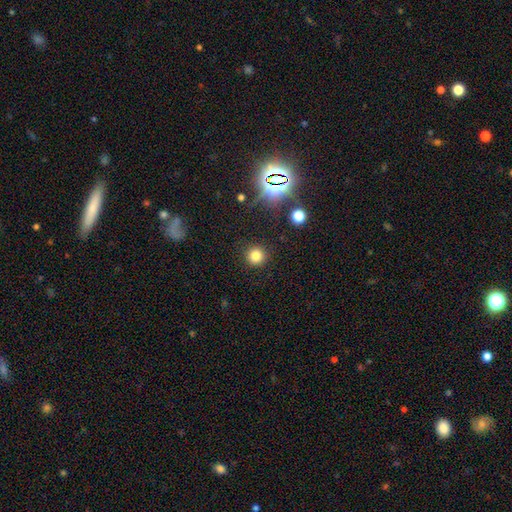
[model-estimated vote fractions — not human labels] This is likely a smooth galaxy (78%). How rounded: clearly round (93%). Merging: clearly none (90%).